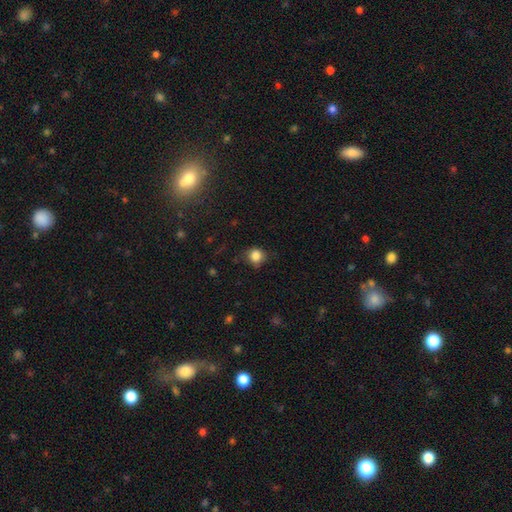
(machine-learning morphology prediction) Q: Smooth or featured?
A: smooth (84%); runner-up: star or artifact (11%)
Q: How rounded?
A: round (81%); runner-up: in between (18%)
Q: Merging?
A: none (70%); runner-up: minor disturbance (22%)